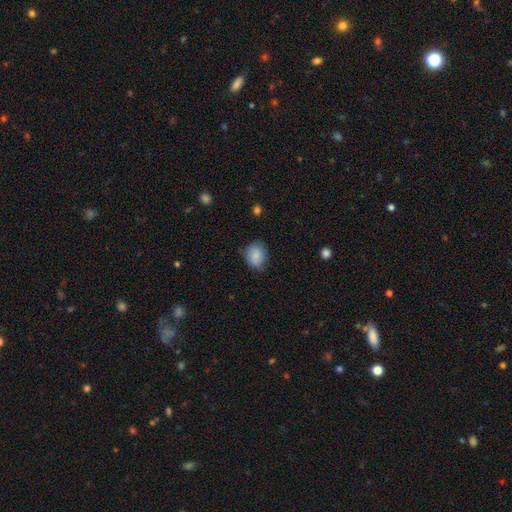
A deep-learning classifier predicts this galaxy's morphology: type=smooth (84%); roundness=round (58%); merging=none (72%).